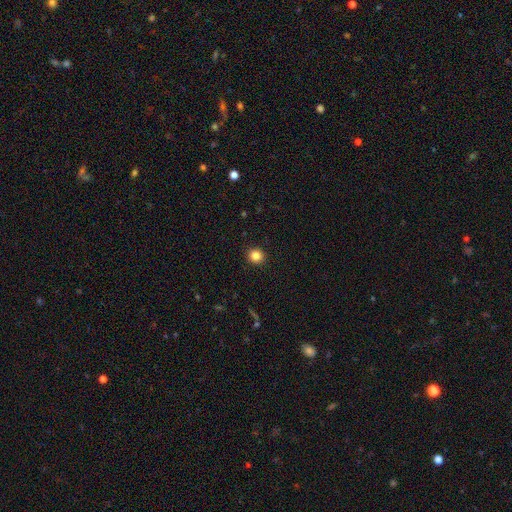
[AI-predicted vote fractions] This is clearly a smooth galaxy (84%). How rounded: clearly round (90%). Merging: clearly none (92%).